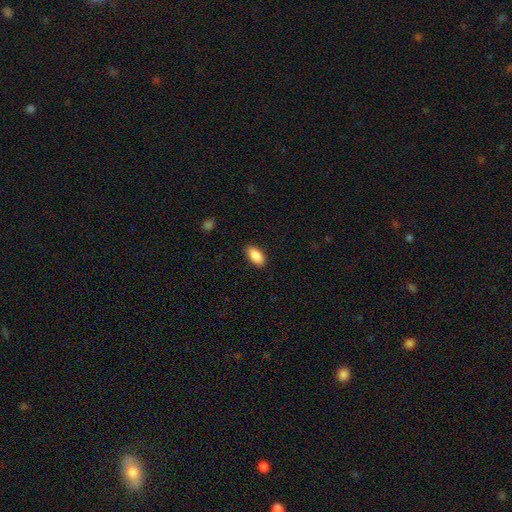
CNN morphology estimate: The model was most divided on "merging": none: 87%, minor disturbance: 10%, major disturbance: 2%, merger: 1%. More confident: how rounded — in between (93%); smooth or featured — smooth (90%).